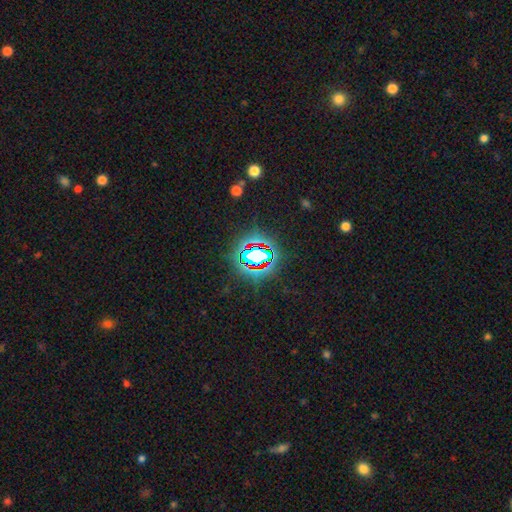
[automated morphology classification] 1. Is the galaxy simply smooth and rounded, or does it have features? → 73% star or artifact, 15% smooth, 11% featured or disk.